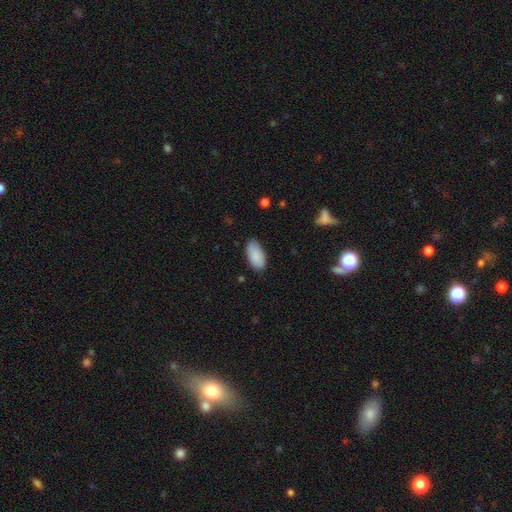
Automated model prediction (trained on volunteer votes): A smooth galaxy with no disk features (89%) that is in between round and cigar-shaped (95%). Merging: none (83%).